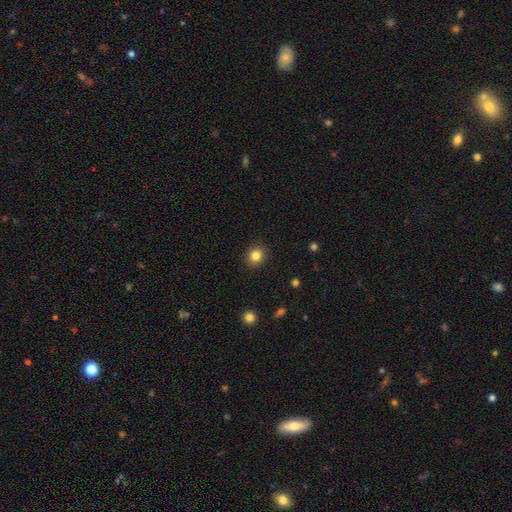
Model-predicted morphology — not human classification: smooth-or-featured: smooth: 84% | star or artifact: 11% | featured or disk: 5%
  how-rounded: round: 78% | in between: 21% | cigar-shaped: 1%
  merging: none: 91% | minor disturbance: 6% | major disturbance: 2% | merger: 1%